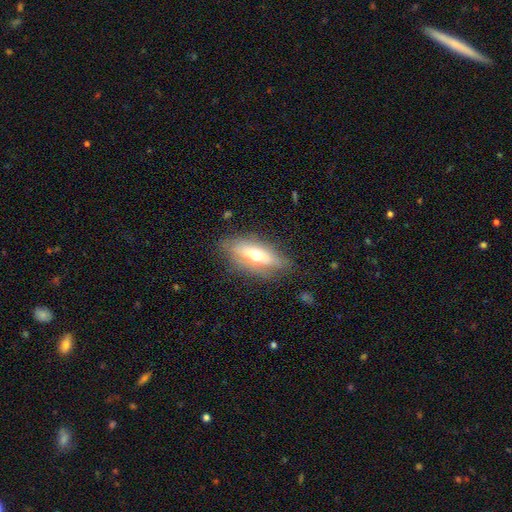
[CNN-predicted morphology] Overall: smooth (49%; featured or disk 43%). Merging: none (75%).